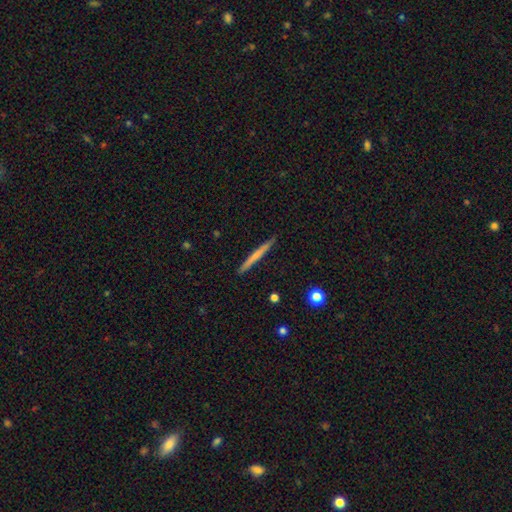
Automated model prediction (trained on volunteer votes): Smooth or featured?
  - smooth: 56% *
  - featured or disk: 38%
  - star or artifact: 6%
How rounded?
  - cigar-shaped: 97% *
  - in between: 2%
  - round: 1%
Merging?
  - none: 92% *
  - minor disturbance: 6%
  - major disturbance: 1%
  - merger: 1%